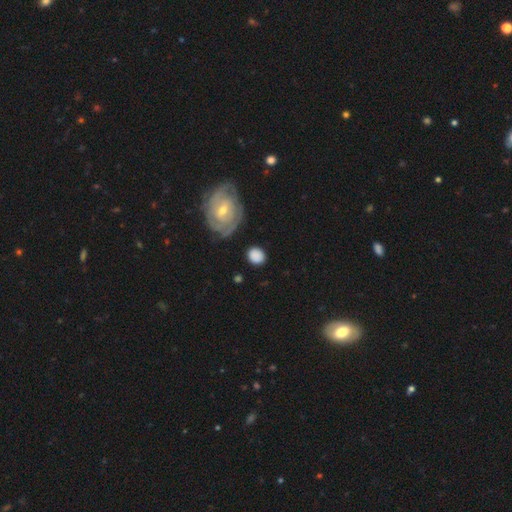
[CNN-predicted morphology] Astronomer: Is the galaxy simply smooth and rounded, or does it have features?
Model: smooth — 81%.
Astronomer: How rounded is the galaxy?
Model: round — 76%.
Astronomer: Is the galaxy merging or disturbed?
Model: none — 80%.